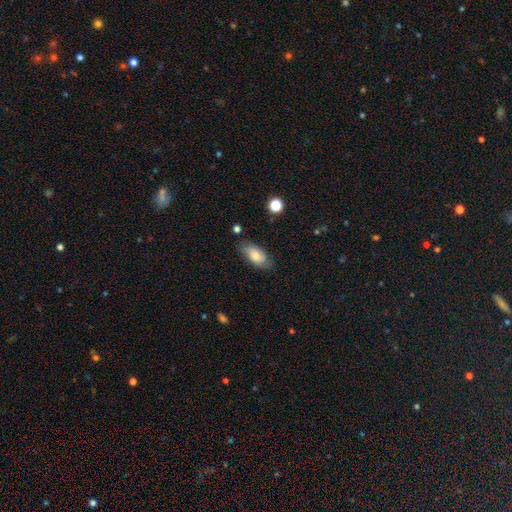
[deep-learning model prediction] This appears to be a smooth galaxy with no disk features (73%) that is in between round and cigar-shaped (91%). Merging: none (75%).